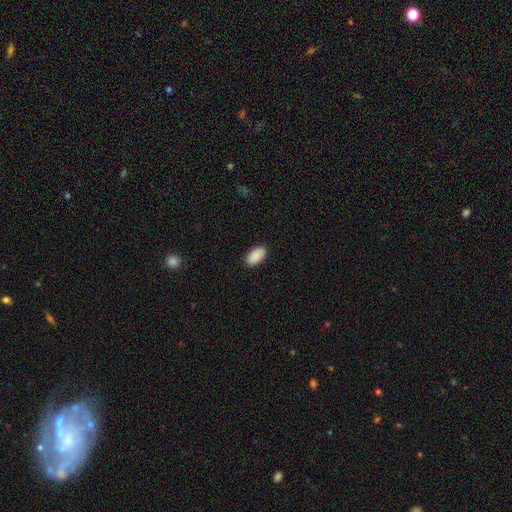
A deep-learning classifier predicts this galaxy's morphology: smooth 90%, star or artifact 6%, featured or disk 4%. Down the decision tree: how rounded — in between (95%); merging — none (89%).